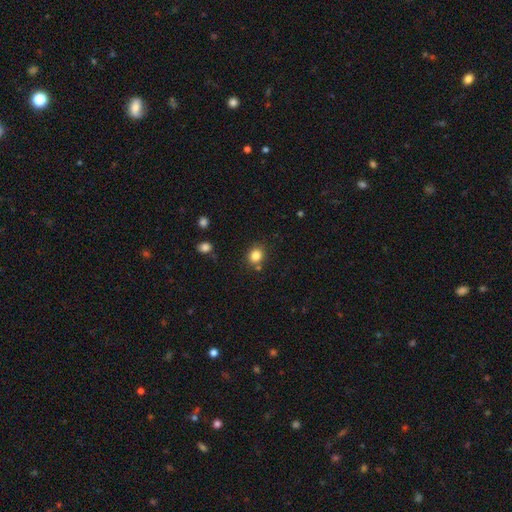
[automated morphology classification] A smooth galaxy with no disk features (84%) that is round (75%).

Vote fractions:
- Smooth or featured? smooth: 84% / star or artifact: 11% / featured or disk: 5%
- How rounded? round: 75% / in between: 25% / cigar-shaped: 1%
- Merging? none: 79% / minor disturbance: 11% / merger: 7% / major disturbance: 3%